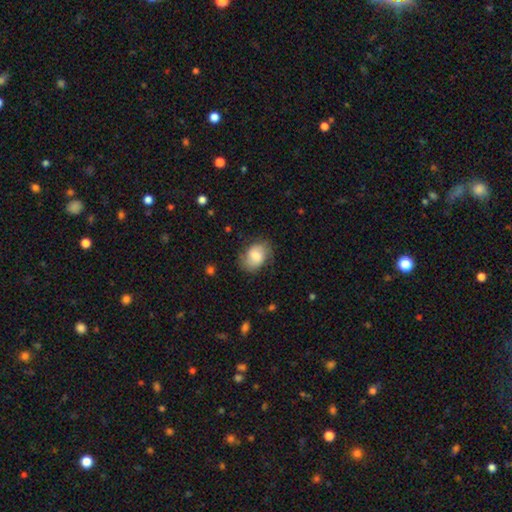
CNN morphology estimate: Smooth or featured? smooth (70%)
How rounded? in between (72%)
Merging? none (71%)